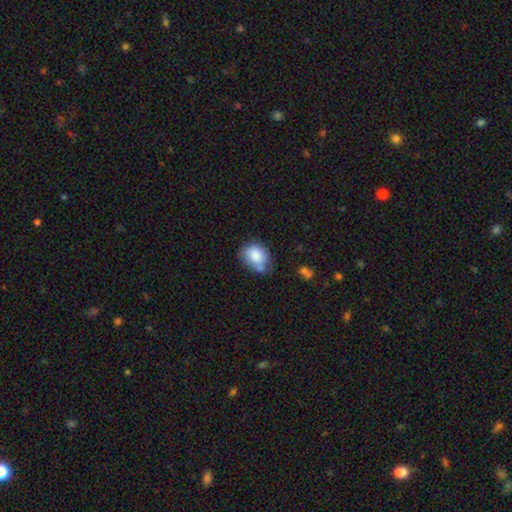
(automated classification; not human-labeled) smooth_or_featured: smooth (p=0.81) [alt: featured or disk p=0.11]
how_rounded: in between (p=0.57) [alt: round p=0.42]
merging: none (p=0.44) [alt: minor disturbance p=0.29]